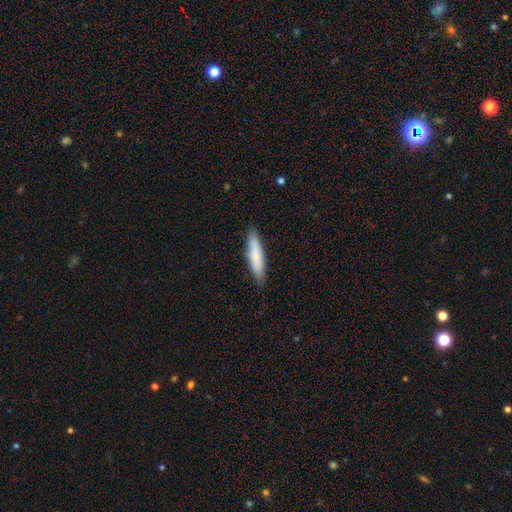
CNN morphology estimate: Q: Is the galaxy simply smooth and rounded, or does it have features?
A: smooth — 79%.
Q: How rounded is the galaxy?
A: cigar-shaped — 80%.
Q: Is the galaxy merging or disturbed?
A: none — 86%.